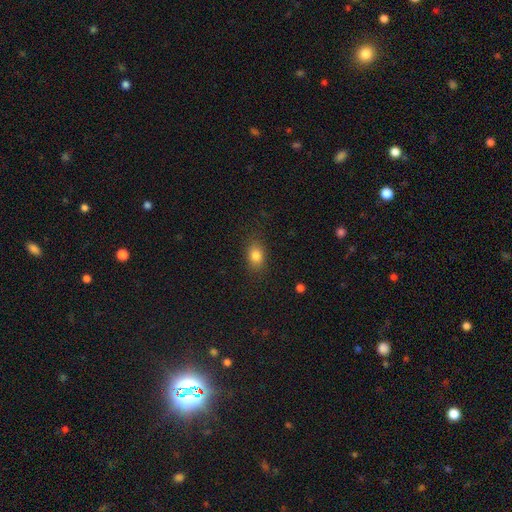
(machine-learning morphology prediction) Smooth or featured? Predicted: smooth (p=0.83). How rounded? Predicted: in between (p=0.70). Merging? Predicted: none (p=0.82).